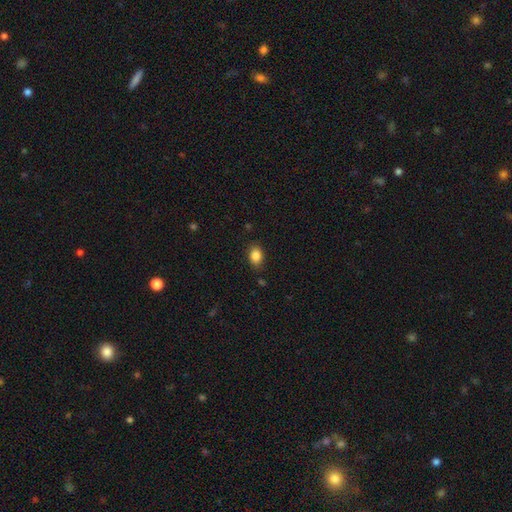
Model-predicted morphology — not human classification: This appears to be a smooth galaxy with no disk features (86%) that is in between round and cigar-shaped (75%). Merging: none (84%).